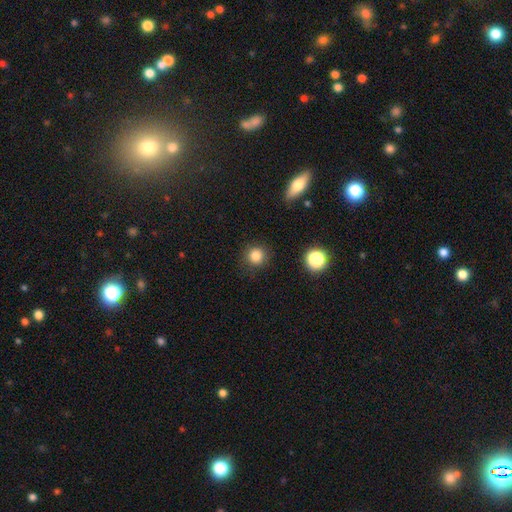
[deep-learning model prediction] Smooth or featured: smooth — 83% (star or artifact — 13%)
How rounded: round — 93% (in between — 6%)
Merging: none — 89% (minor disturbance — 7%)